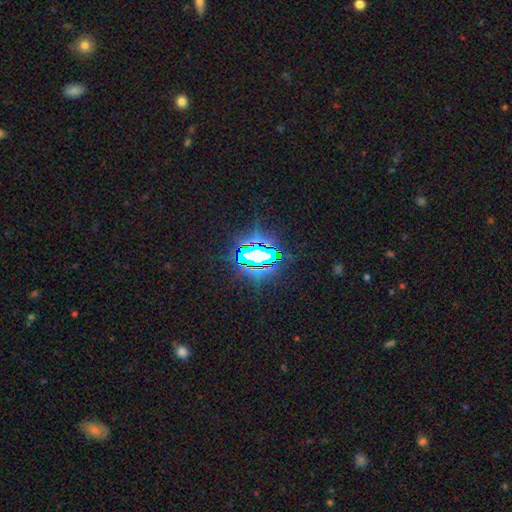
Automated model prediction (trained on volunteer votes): A star or artifact, not a galaxy (75%).

Vote fractions:
- Smooth or featured? star or artifact: 75% / smooth: 13% / featured or disk: 12%